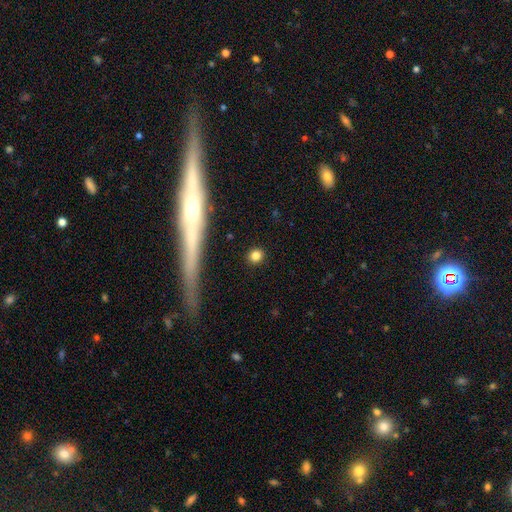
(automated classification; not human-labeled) A smooth galaxy with no disk features (82%) that is round (83%). Merging: none (89%).